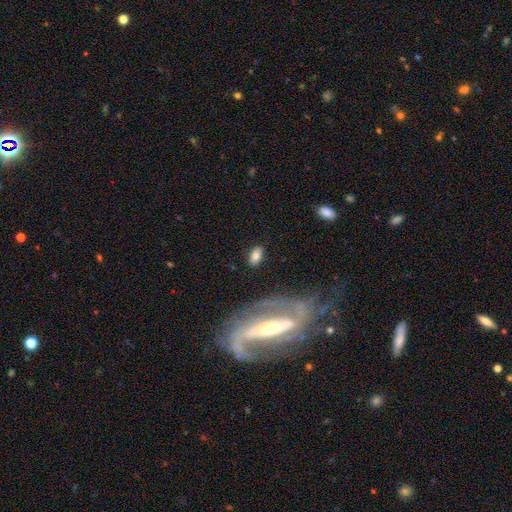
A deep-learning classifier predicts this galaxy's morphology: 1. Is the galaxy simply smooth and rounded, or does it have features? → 77% smooth, 16% featured or disk, 8% star or artifact.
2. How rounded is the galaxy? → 90% in between, 5% cigar-shaped, 5% round.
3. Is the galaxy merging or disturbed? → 81% none, 11% minor disturbance, 4% major disturbance, 3% merger.